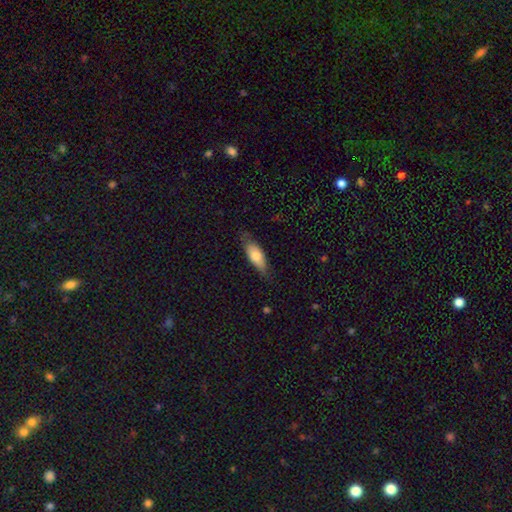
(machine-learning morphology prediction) This is likely a smooth galaxy (71%). How rounded: likely in between (71%). Merging: likely none (71%).